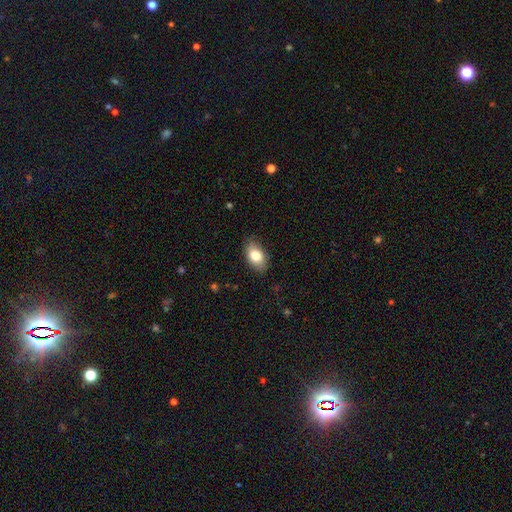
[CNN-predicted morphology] The model was most divided on "smooth or featured": smooth: 79%, featured or disk: 14%, star or artifact: 7%. More confident: how rounded — in between (91%); merging — none (85%).